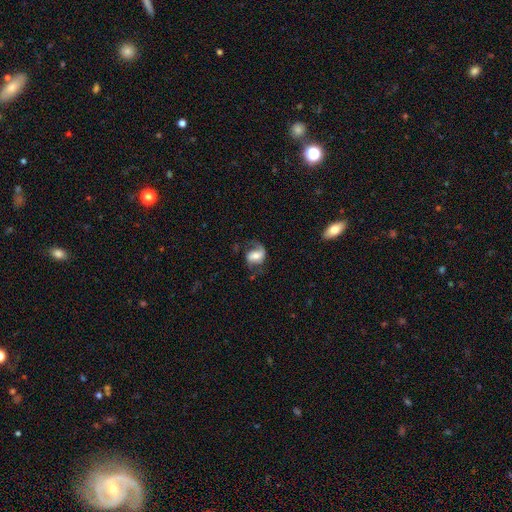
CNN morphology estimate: Smooth or featured?
  - featured or disk: 60% *
  - smooth: 32%
  - star or artifact: 8%
Edge-on disk?
  - no: 96% *
  - yes: 4%
Bar?
  - weak: 38% *
  - no: 35%
  - strong: 27%
Spiral arms?
  - yes: 87% *
  - no: 13%
Spiral winding?
  - loose: 44% *
  - medium: 41%
  - tight: 15%
Spiral arm count?
  - 2: 70% *
  - 1: 22%
  - can't tell: 6%
  - 3: 1%
  - 4: 1%
  - more than 4: 1%
Bulge size?
  - moderate: 52% *
  - small: 25%
  - large: 16%
  - none: 4%
  - dominant: 3%
Merging?
  - none: 54% *
  - minor disturbance: 23%
  - major disturbance: 21%
  - merger: 2%